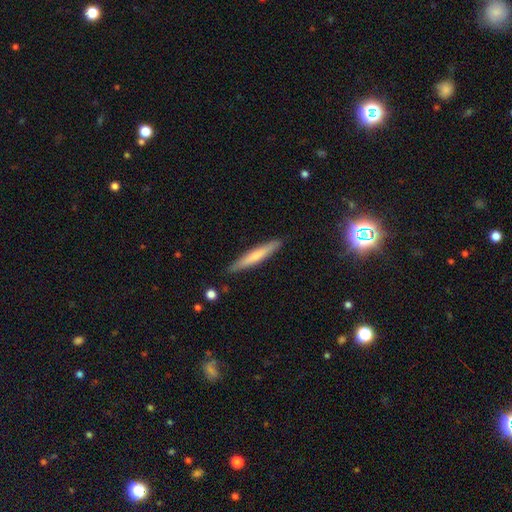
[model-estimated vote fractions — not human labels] Overall: smooth (62%; featured or disk 32%). How rounded: cigar-shaped (94%). Merging: none (89%).